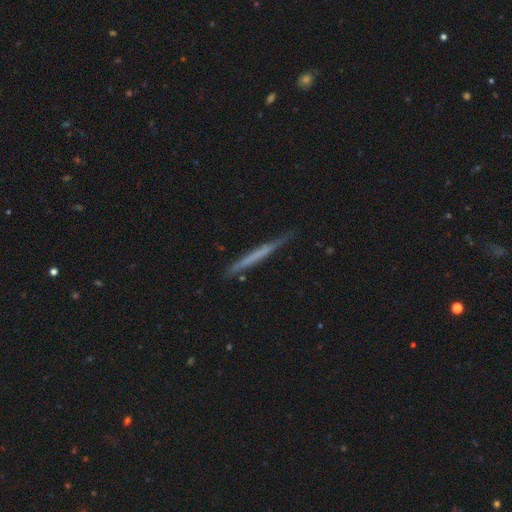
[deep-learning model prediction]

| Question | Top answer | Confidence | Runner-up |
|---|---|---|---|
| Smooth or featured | featured or disk | 48% | smooth (46%) |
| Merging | none | 85% | minor disturbance (12%) |